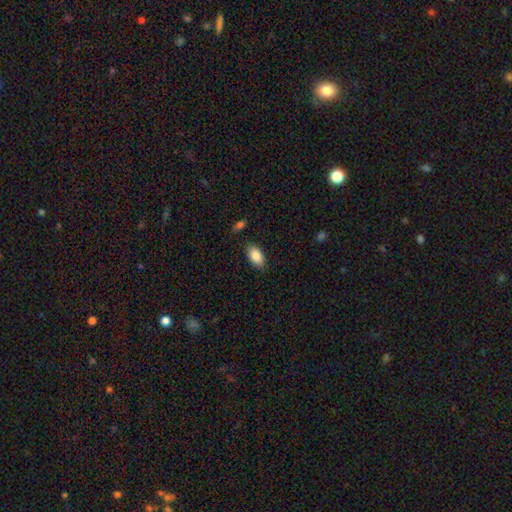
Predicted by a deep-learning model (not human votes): This appears to be a smooth galaxy with no disk features (86%) that is in between round and cigar-shaped (94%). Merging: none (84%).